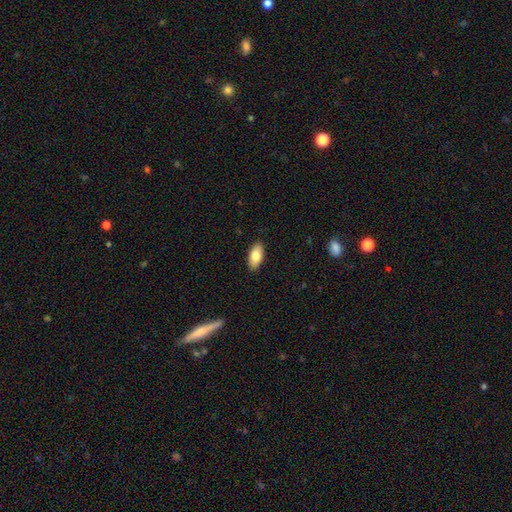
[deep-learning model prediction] Overall: smooth (81%). How rounded: in between (91%). Merging: none (89%).